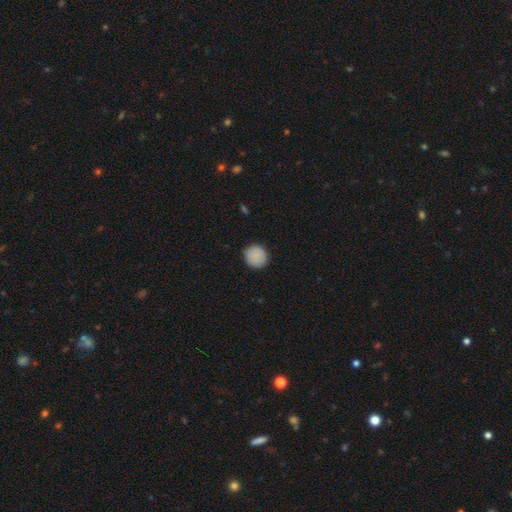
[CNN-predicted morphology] A smooth galaxy with no disk features (89%) that is round (91%). Merging: none (90%).